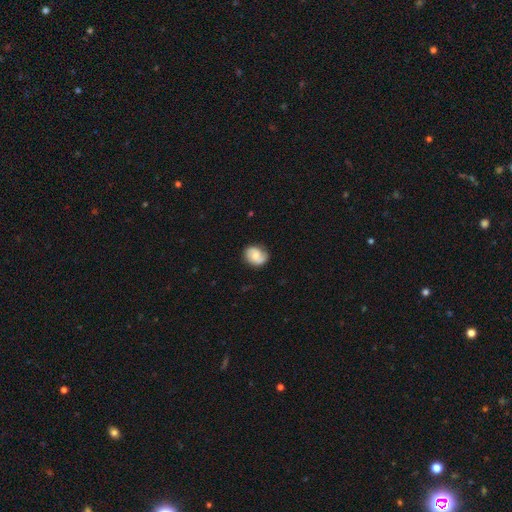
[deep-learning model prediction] Q: Smooth or featured?
A: smooth (47%); runner-up: featured or disk (45%)
Q: Merging?
A: none (81%); runner-up: minor disturbance (15%)